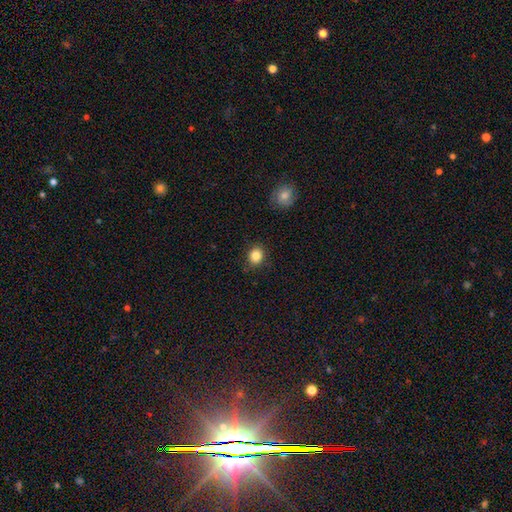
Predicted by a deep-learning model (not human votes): This is clearly a smooth galaxy (84%). How rounded: likely round (72%). Merging: clearly none (86%).